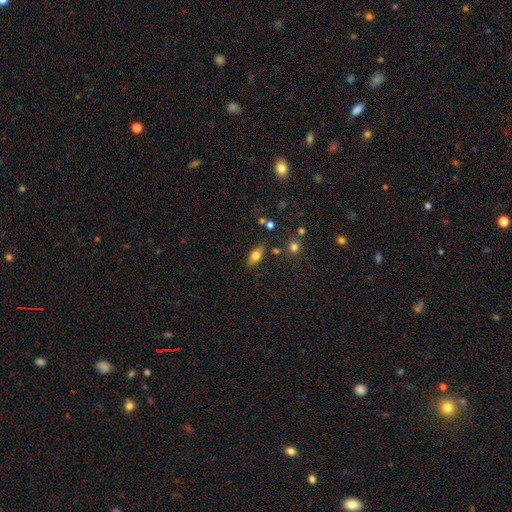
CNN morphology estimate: smooth 75%, featured or disk 16%, star or artifact 9%. Down the decision tree: how rounded — in between (86%); merging — none (79%).